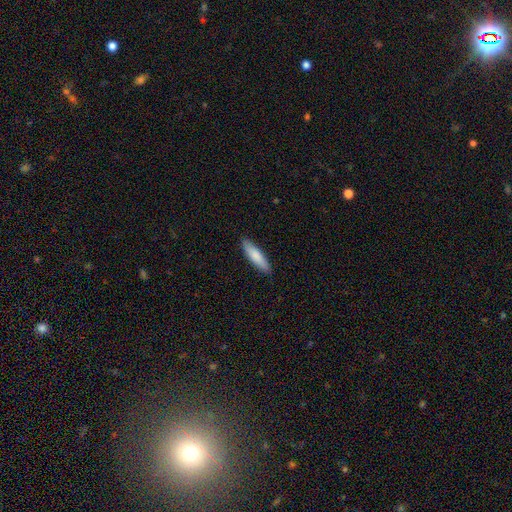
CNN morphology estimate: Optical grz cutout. It shows a smooth galaxy with no disk features (83%) that is cigar-shaped (69%). Merging: none (89%).